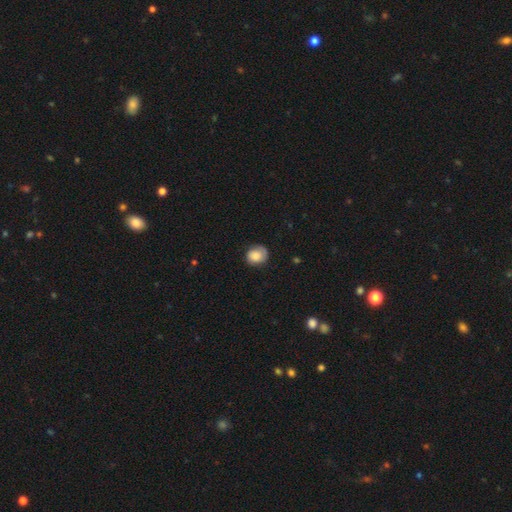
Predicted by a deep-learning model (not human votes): Smooth or featured: smooth — 77% (featured or disk — 15%)
How rounded: round — 69% (in between — 30%)
Merging: none — 69% (minor disturbance — 23%)